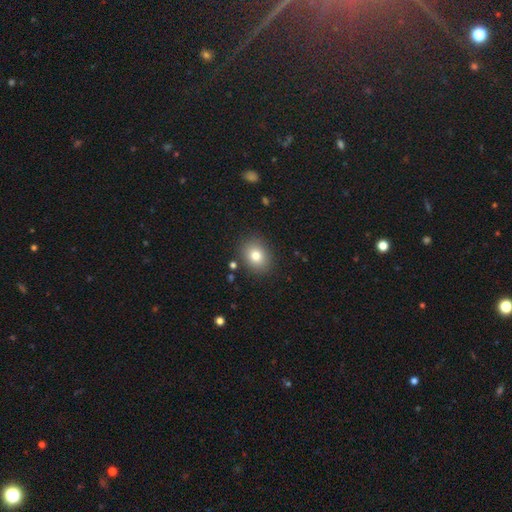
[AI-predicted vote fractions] This appears to be a smooth galaxy with no disk features (80%) that is round (50%). Merging: none (86%).